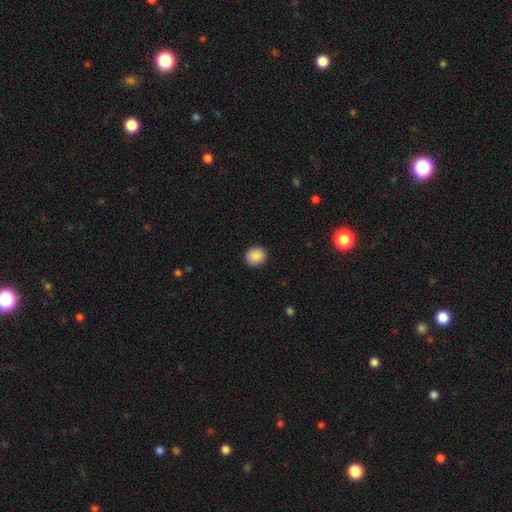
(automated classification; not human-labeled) Smooth or featured? Predicted: smooth (p=0.89). How rounded? Predicted: round (p=0.81). Merging? Predicted: none (p=0.89).